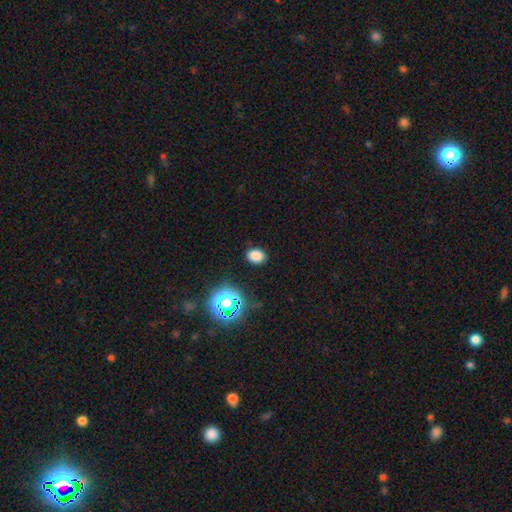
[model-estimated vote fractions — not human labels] Smooth or featured? smooth (78%)
How rounded? in between (69%)
Merging? none (88%)